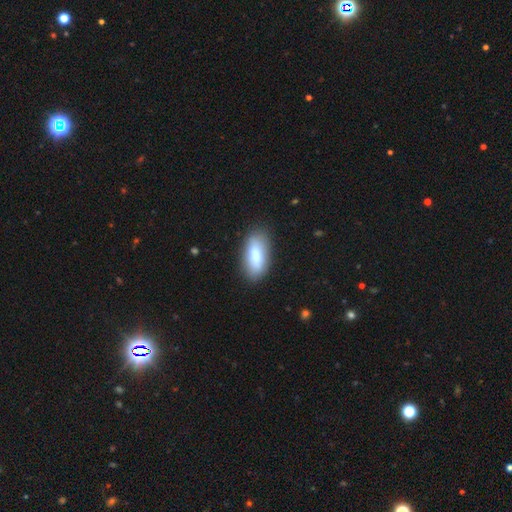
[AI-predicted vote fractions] Smooth or featured? Predicted: smooth (p=0.82). How rounded? Predicted: in between (p=0.86). Merging? Predicted: none (p=0.83).